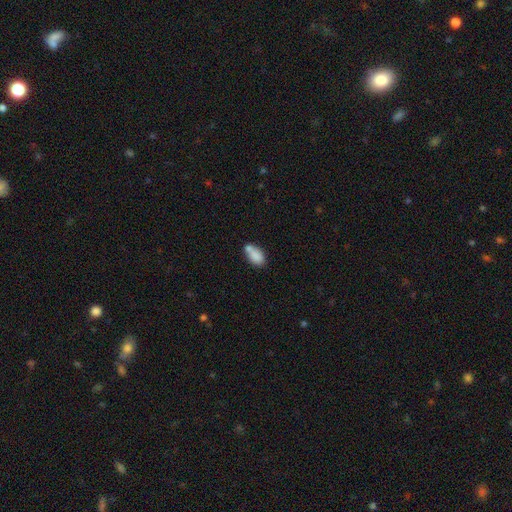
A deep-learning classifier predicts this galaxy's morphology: This appears to be a smooth galaxy with no disk features (83%) that is in between round and cigar-shaped (89%). Merging: none (48%).